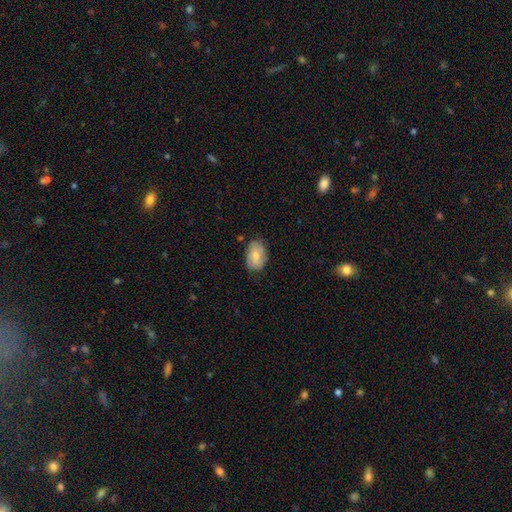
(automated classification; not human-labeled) Morphology: type=smooth (68%); roundness=in between (87%); merging=none (70%).